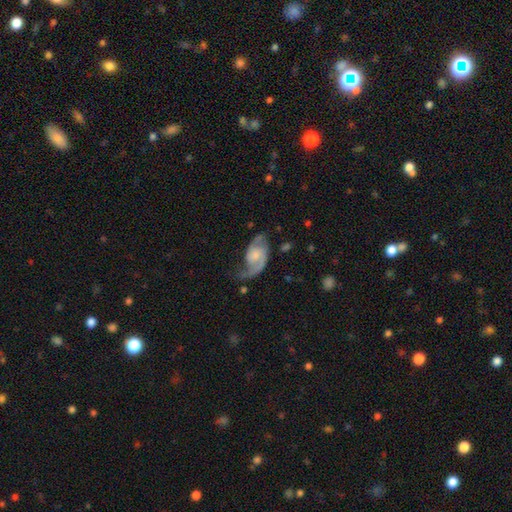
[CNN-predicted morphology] featured or disk 79%, smooth 16%, star or artifact 5%. Down the decision tree: edge-on disk — no (97%); bar — no (61%); spiral arms — yes (93%); spiral arm count — 2 (68%); spiral winding — medium (42%); bulge size — small (35%); merging — none (44%).